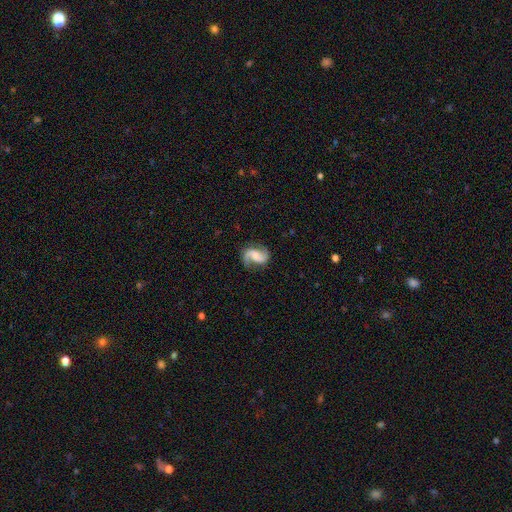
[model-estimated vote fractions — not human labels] Smooth or featured: featured or disk — 86% (smooth — 8%)
Edge-on disk: no — 98% (yes — 2%)
Bar: no — 44% (weak — 39%)
Spiral arms: yes — 97% (no — 3%)
Spiral winding: loose — 46% (medium — 42%)
Spiral arm count: 2 — 92% (1 — 3%)
Bulge size: small — 38% (tied with moderate — 38%)
Merging: none — 80% (minor disturbance — 14%)